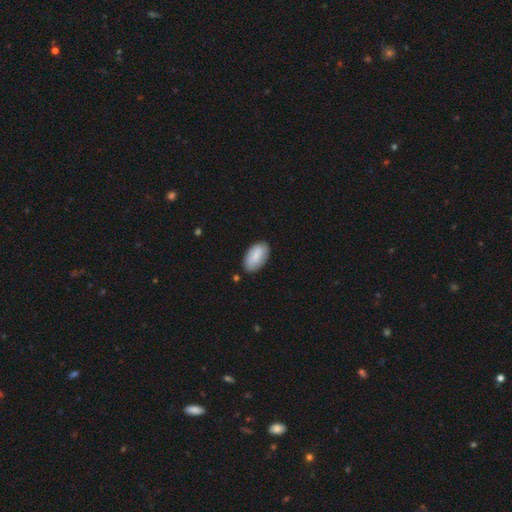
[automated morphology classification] A smooth galaxy with no disk features (83%) that is in between round and cigar-shaped (95%).

Vote fractions:
- Smooth or featured? smooth: 83% / featured or disk: 11% / star or artifact: 6%
- How rounded? in between: 95% / round: 3% / cigar-shaped: 2%
- Merging? none: 82% / minor disturbance: 13% / major disturbance: 3% / merger: 2%